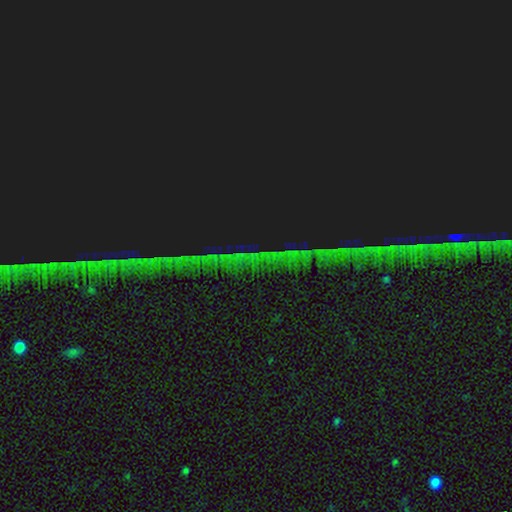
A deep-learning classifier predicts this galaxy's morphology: Overall: star or artifact (88%).